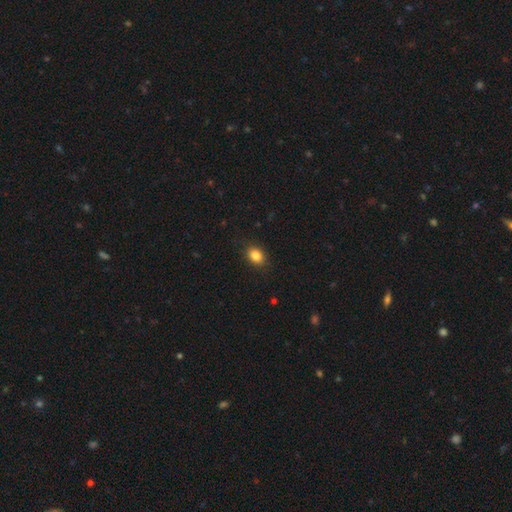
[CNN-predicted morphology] smooth-or-featured: smooth: 85% | star or artifact: 10% | featured or disk: 5%
  how-rounded: in between: 69% | round: 30% | cigar-shaped: 1%
  merging: none: 87% | minor disturbance: 9% | major disturbance: 2% | merger: 1%